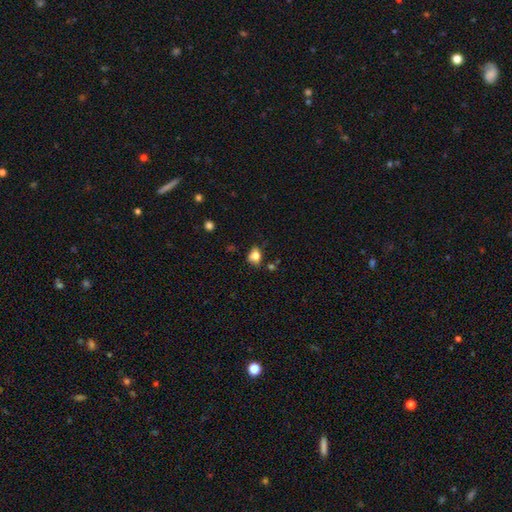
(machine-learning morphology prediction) type=smooth (80%); roundness=in between (54%); merging=none (59%).